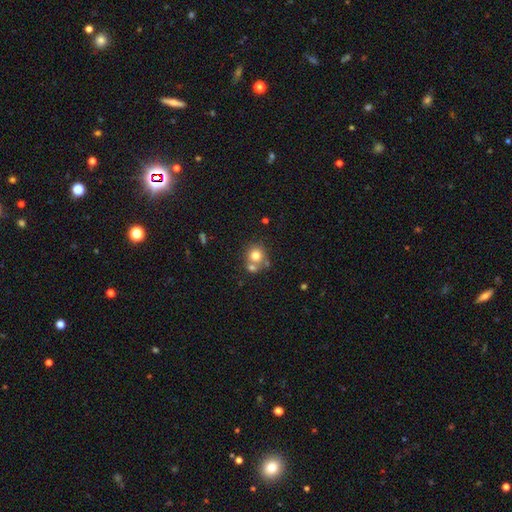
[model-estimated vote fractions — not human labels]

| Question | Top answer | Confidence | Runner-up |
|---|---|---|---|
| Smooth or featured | smooth | 75% | featured or disk (14%) |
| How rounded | round | 85% | in between (14%) |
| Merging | none | 51% | merger (36%) |